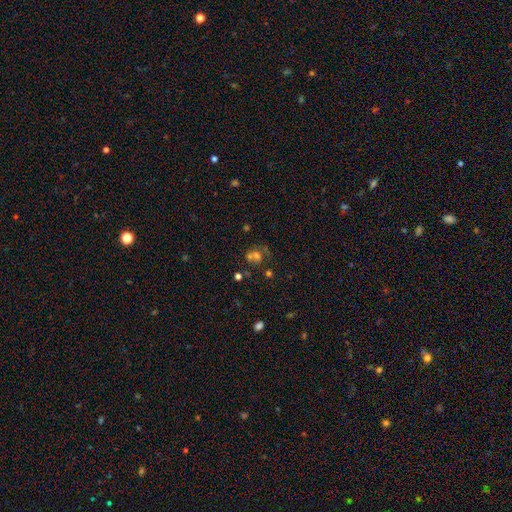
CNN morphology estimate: smooth-or-featured: smooth: 45% | star or artifact: 29% | featured or disk: 27%
  merging: none: 41% | merger: 36% | minor disturbance: 12% | major disturbance: 11%